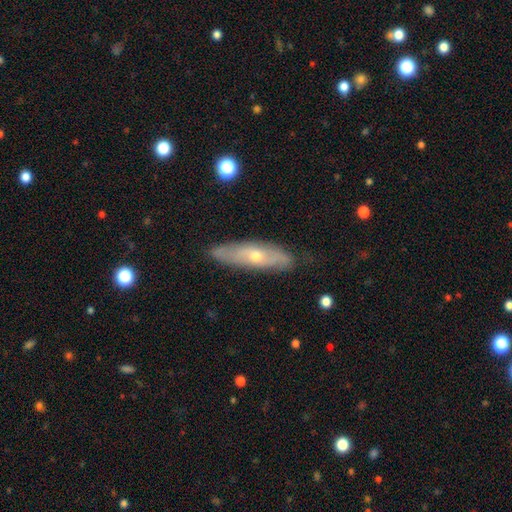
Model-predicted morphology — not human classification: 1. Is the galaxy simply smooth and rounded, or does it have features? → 53% featured or disk, 41% smooth, 6% star or artifact.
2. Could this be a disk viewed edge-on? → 55% no, 45% yes.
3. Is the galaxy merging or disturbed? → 79% none, 16% minor disturbance, 3% major disturbance, 1% merger.